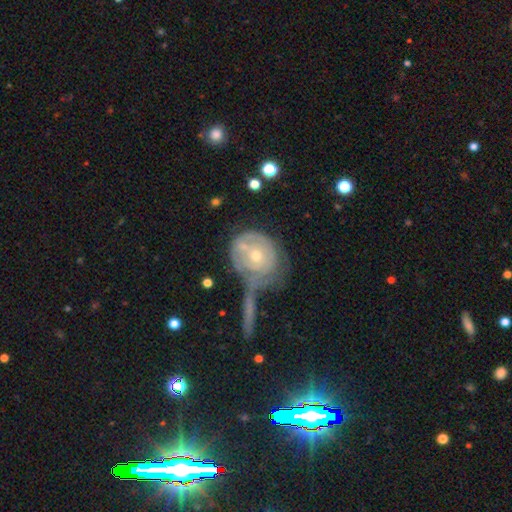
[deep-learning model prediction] The model was most divided on "merging": merger: 33%, none: 32%, minor disturbance: 18%, major disturbance: 17%. More confident: edge-on disk — no (94%); bar — no (77%); smooth or featured — featured or disk (65%); spiral arms — yes (63%); bulge size — moderate (50%).